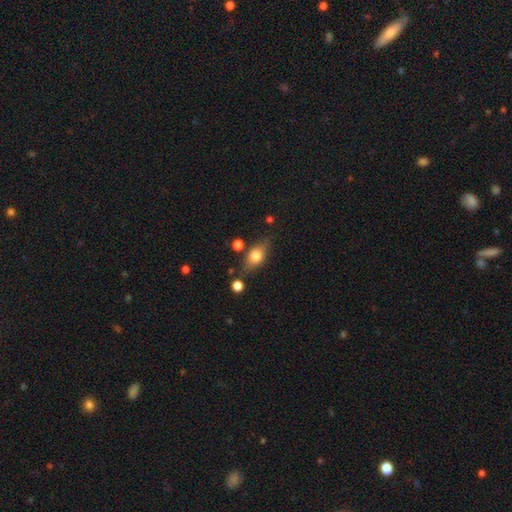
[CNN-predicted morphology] A smooth galaxy with no disk features (67%) that is in between round and cigar-shaped (74%). Merging: none (72%).